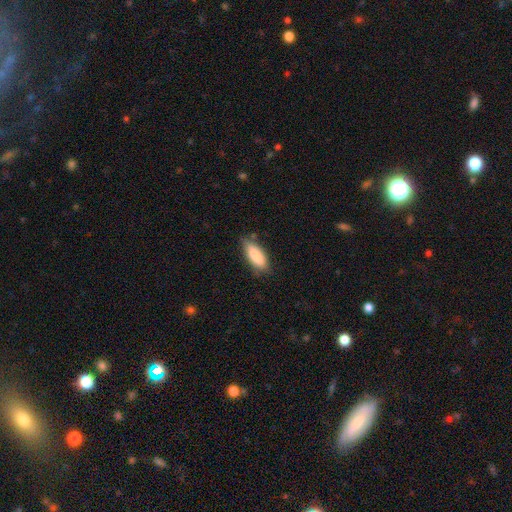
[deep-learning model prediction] The model was most divided on "merging": none: 71%, minor disturbance: 22%, major disturbance: 4%, merger: 2%. More confident: smooth or featured — smooth (86%); how rounded — in between (77%).